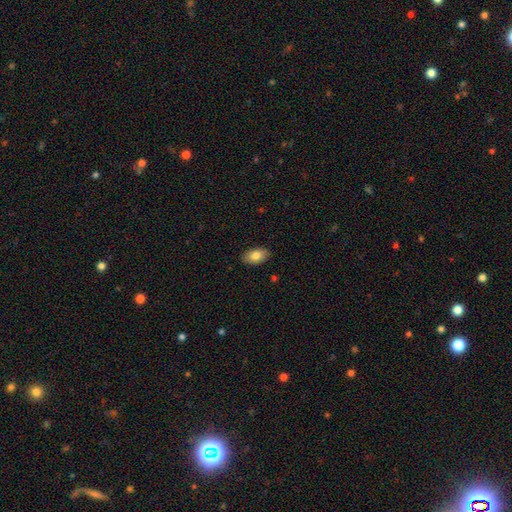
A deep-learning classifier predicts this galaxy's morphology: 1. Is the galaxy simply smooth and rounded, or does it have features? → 83% smooth, 10% featured or disk, 7% star or artifact.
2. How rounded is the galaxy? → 93% in between, 6% round, 2% cigar-shaped.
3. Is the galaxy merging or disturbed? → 88% none, 9% minor disturbance, 2% major disturbance, 1% merger.